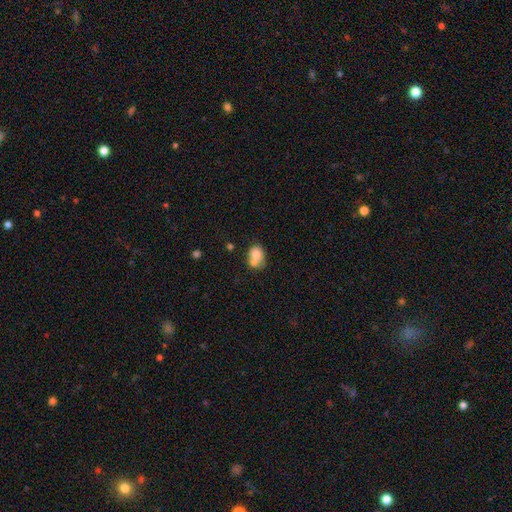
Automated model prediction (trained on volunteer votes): smooth 75%, featured or disk 15%, star or artifact 9%. Down the decision tree: how rounded — in between (51%); merging — merger (49%).